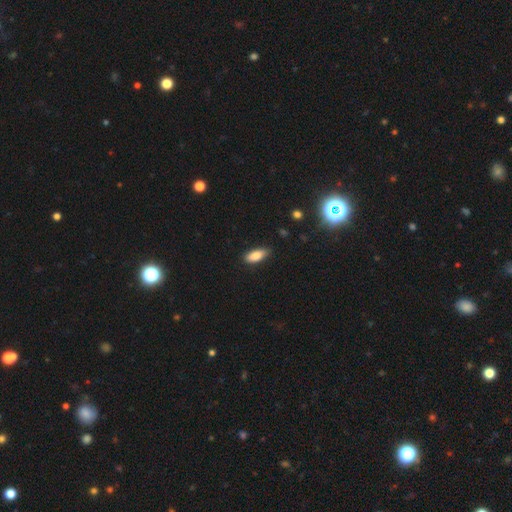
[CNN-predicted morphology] smooth_or_featured: smooth (p=0.82) [alt: featured or disk p=0.10]
how_rounded: in between (p=0.81) [alt: cigar-shaped p=0.17]
merging: none (p=0.78) [alt: minor disturbance p=0.18]